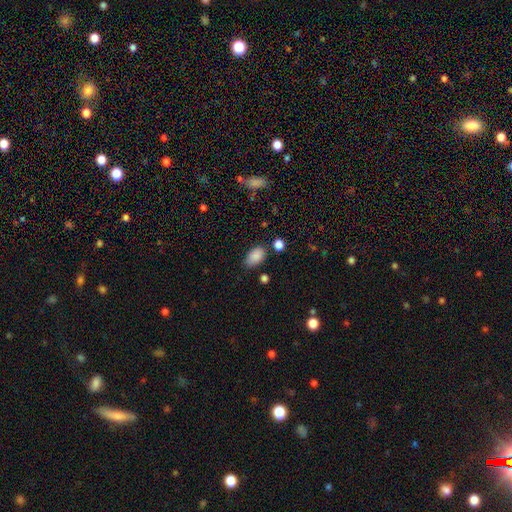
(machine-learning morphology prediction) smooth-or-featured: smooth: 87% | star or artifact: 9% | featured or disk: 4%
  how-rounded: in between: 91% | round: 7% | cigar-shaped: 2%
  merging: none: 71% | minor disturbance: 21% | major disturbance: 4% | merger: 4%